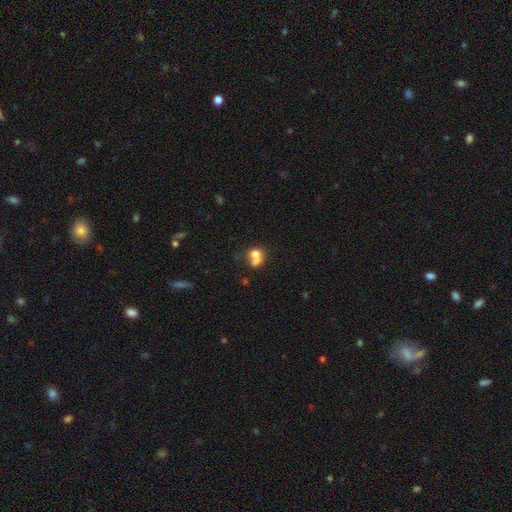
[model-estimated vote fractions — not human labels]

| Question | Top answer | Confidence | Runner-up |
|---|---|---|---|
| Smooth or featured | smooth | 68% | featured or disk (21%) |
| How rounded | round | 59% | in between (40%) |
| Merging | merger | 52% | none (25%) |